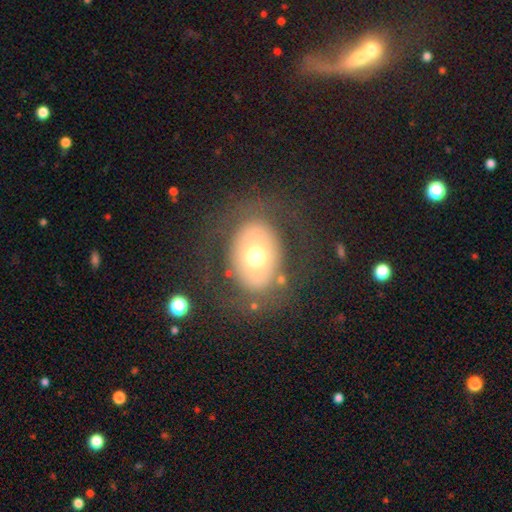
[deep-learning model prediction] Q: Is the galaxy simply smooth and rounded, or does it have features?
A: smooth — 56%.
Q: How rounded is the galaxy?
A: in between — 60%.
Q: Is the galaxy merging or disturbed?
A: none — 77%.